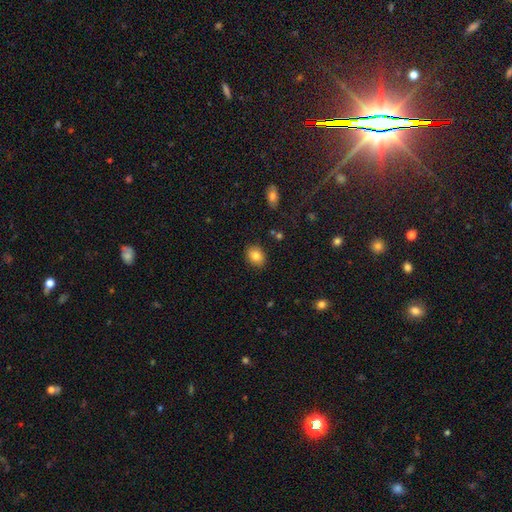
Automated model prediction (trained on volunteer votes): This is clearly a smooth galaxy (83%). How rounded: possibly in between (55%). Merging: clearly none (87%).